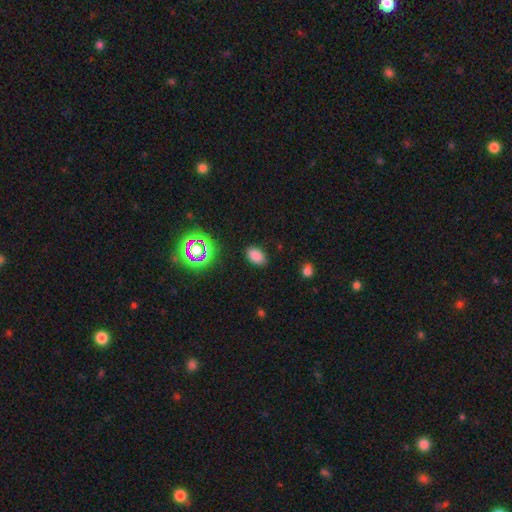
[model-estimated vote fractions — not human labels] Smooth or featured: smooth — 79% (star or artifact — 15%)
How rounded: in between — 88% (round — 11%)
Merging: none — 83% (minor disturbance — 12%)